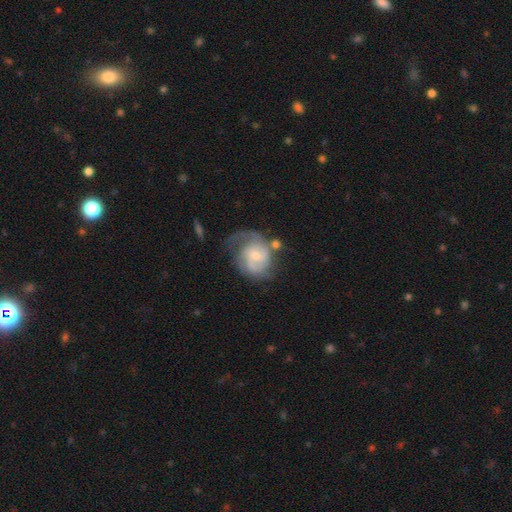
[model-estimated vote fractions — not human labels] smooth-or-featured: featured or disk: 76% | smooth: 18% | star or artifact: 6%
  disk-edge-on: no: 98% | yes: 2%
    bar: no: 61% | weak: 34% | strong: 5%
    has-spiral-arms: yes: 90% | no: 10%
      spiral-winding: medium: 41% (tied) | tight: 41% (tied) | loose: 18%
      spiral-arm-count: 2: 44% | can't tell: 26% | 3: 14% | 1: 10% | 4: 3% | more than 4: 3%
    bulge-size: small: 56% | moderate: 38% | none: 2% | large: 2% | dominant: 1%
  merging: none: 40% | major disturbance: 26% | minor disturbance: 25% | merger: 10%